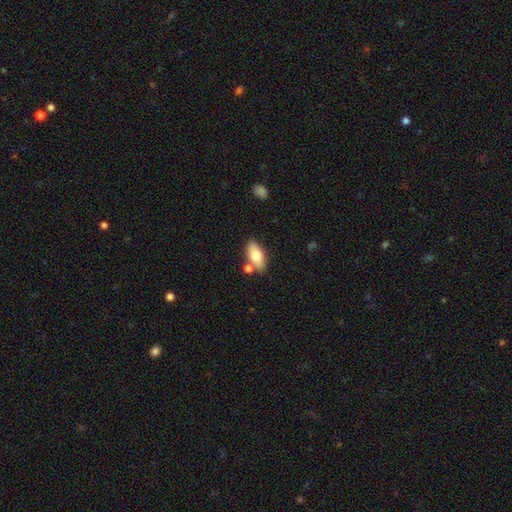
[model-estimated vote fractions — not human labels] Smooth or featured? smooth (73%)
How rounded? in between (87%)
Merging? none (72%)